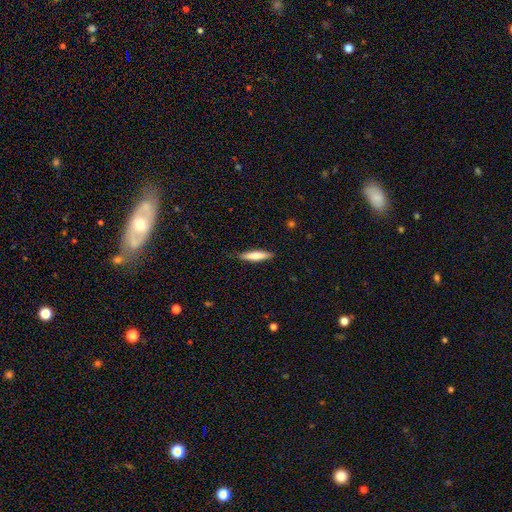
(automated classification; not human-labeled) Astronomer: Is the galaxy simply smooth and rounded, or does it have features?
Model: smooth — 70%.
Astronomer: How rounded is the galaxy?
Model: cigar-shaped — 83%.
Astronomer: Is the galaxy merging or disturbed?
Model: none — 85%.